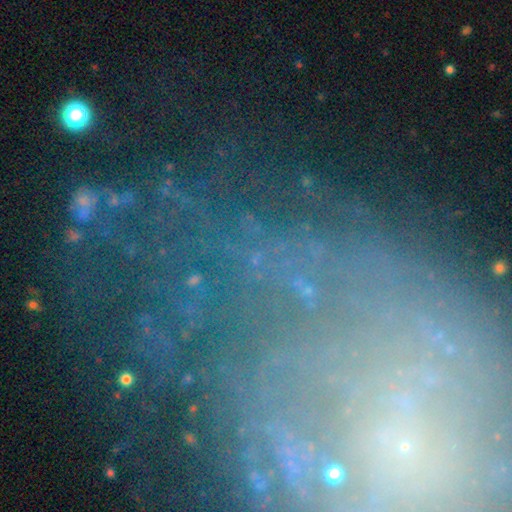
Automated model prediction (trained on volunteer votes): featured or disk 49%, star or artifact 35%, smooth 16%. Down the decision tree: merging — none (63%).